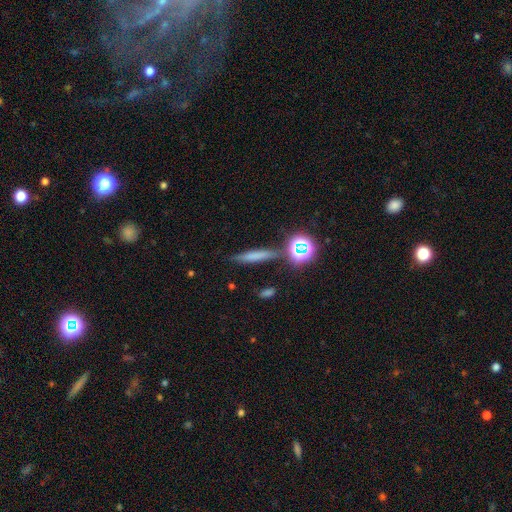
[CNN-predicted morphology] A smooth galaxy with no disk features (63%) that is cigar-shaped (83%).

Vote fractions:
- Smooth or featured? smooth: 63% / featured or disk: 21% / star or artifact: 16%
- How rounded? cigar-shaped: 83% / in between: 10% / round: 7%
- Merging? none: 78% / minor disturbance: 12% / merger: 7% / major disturbance: 4%